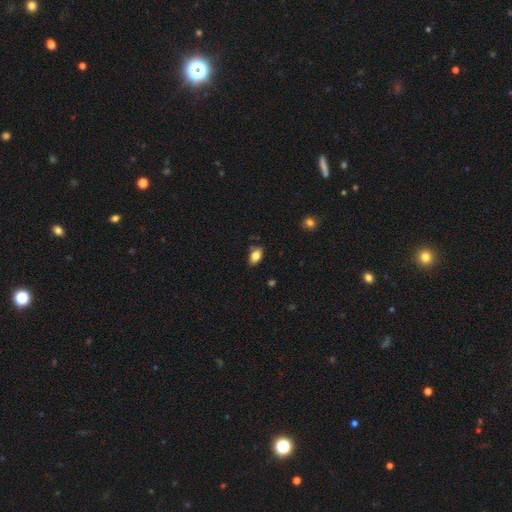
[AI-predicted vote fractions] Morphology: type=smooth (82%); roundness=in between (89%); merging=none (80%).